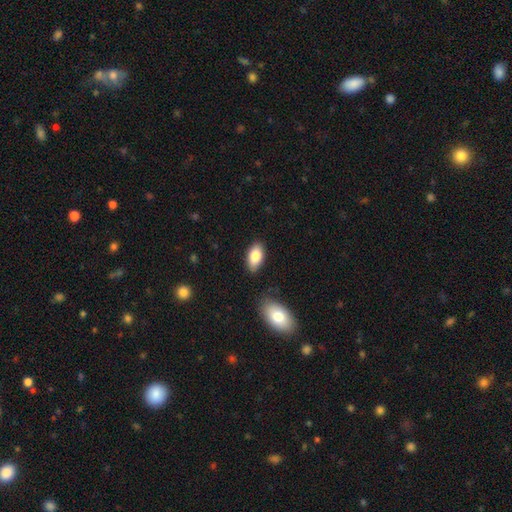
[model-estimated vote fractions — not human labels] This appears to be a smooth galaxy with no disk features (80%) that is in between round and cigar-shaped (92%). Merging: none (84%).